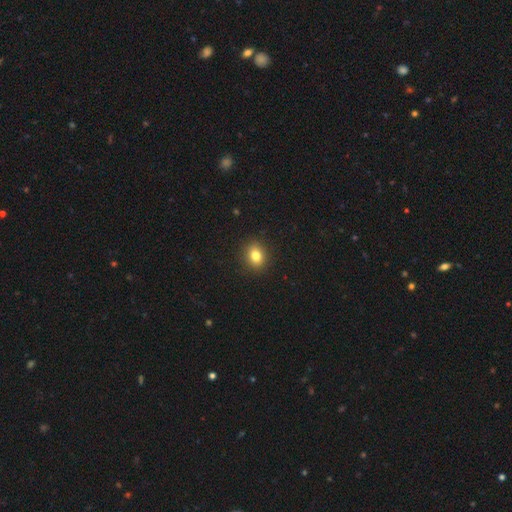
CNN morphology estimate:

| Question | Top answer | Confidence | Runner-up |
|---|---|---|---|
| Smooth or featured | smooth | 81% | star or artifact (11%) |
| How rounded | round | 51% | in between (48%) |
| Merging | none | 90% | minor disturbance (7%) |